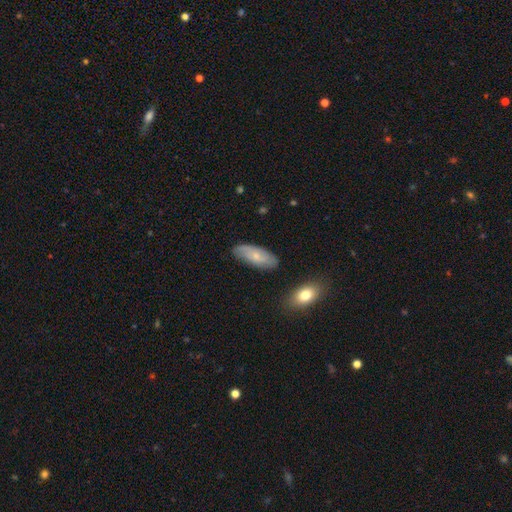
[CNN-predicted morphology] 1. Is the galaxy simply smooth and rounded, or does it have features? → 55% smooth, 38% featured or disk, 7% star or artifact.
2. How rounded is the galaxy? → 79% in between, 18% cigar-shaped, 3% round.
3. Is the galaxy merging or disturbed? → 80% none, 15% minor disturbance, 3% major disturbance, 2% merger.